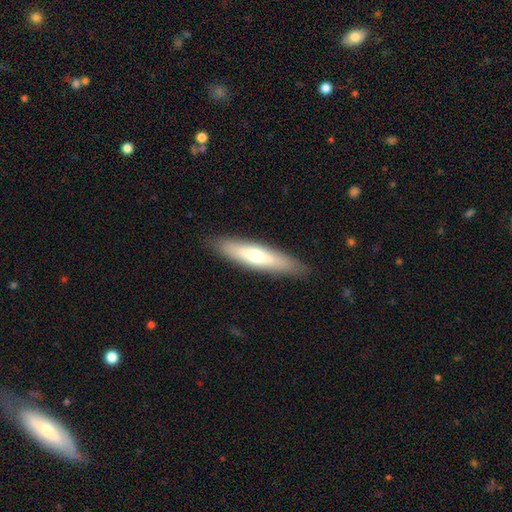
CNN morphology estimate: The model was most divided on "smooth or featured": smooth: 57%, featured or disk: 37%, star or artifact: 6%. More confident: merging — none (88%); how rounded — cigar-shaped (74%).